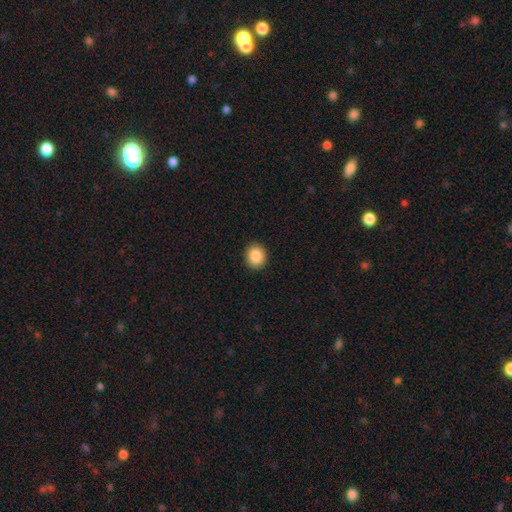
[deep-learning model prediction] Smooth or featured?
  - smooth: 87% *
  - star or artifact: 8%
  - featured or disk: 5%
How rounded?
  - round: 76% *
  - in between: 23%
  - cigar-shaped: 1%
Merging?
  - none: 92% *
  - minor disturbance: 6%
  - major disturbance: 2%
  - merger: 1%